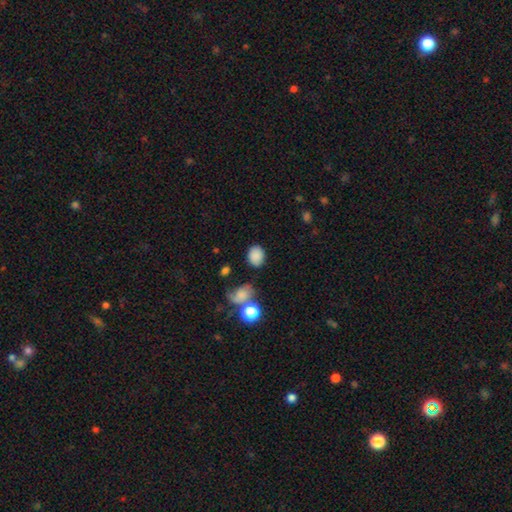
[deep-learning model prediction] smooth 84%, star or artifact 10%, featured or disk 6%. Down the decision tree: how rounded — in between (54%); merging — none (74%).